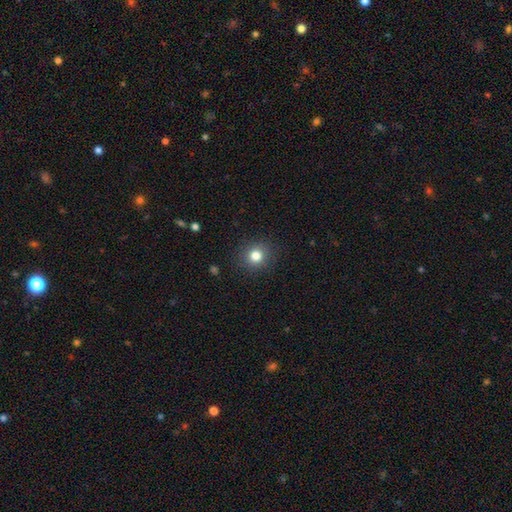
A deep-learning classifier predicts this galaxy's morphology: A smooth galaxy with no disk features (81%) that is round (84%).

Vote fractions:
- Smooth or featured? smooth: 81% / star or artifact: 12% / featured or disk: 7%
- How rounded? round: 84% / in between: 15% / cigar-shaped: 1%
- Merging? none: 88% / minor disturbance: 8% / major disturbance: 3% / merger: 1%